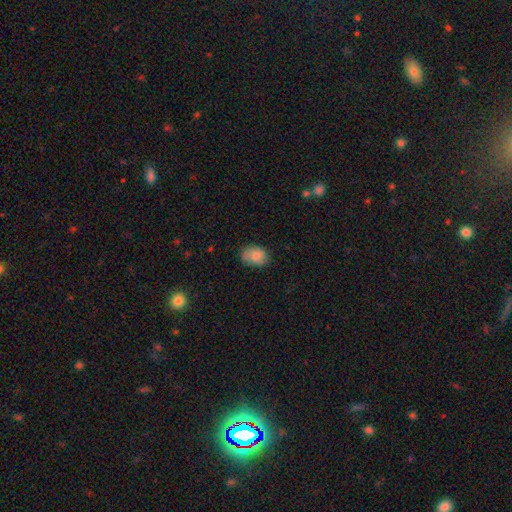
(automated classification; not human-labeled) Overall: smooth (82%). How rounded: in between (73%). Merging: none (67%).